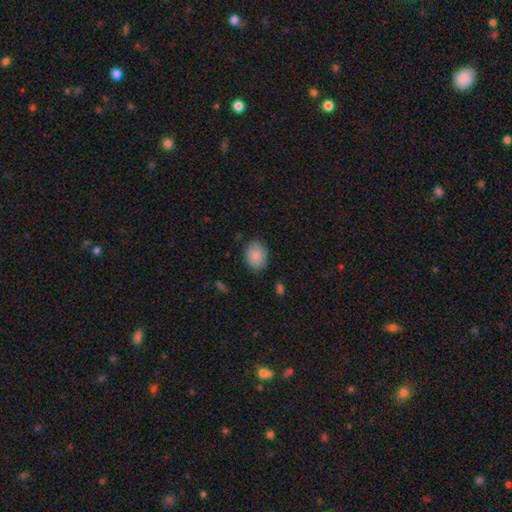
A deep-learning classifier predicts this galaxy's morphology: type=smooth (88%); roundness=in between (63%); merging=none (83%).